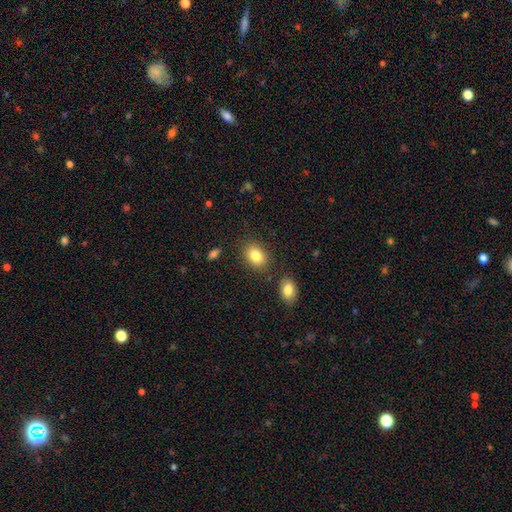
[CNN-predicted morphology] A smooth galaxy with no disk features (84%) that is in between round and cigar-shaped (73%). Merging: none (80%).